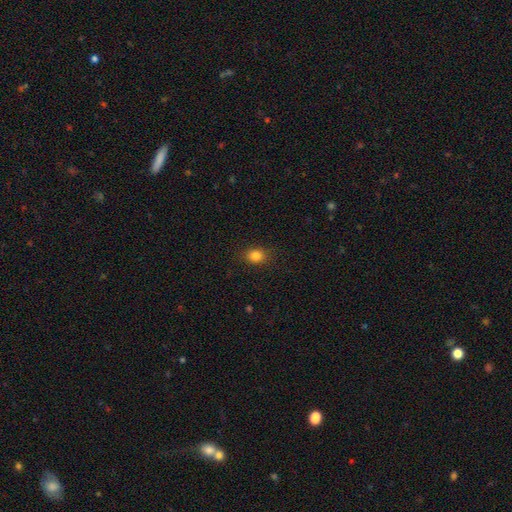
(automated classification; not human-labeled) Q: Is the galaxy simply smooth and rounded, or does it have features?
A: smooth — 84%.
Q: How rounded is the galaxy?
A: round — 49%, tied with in between.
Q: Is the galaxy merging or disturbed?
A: none — 86%.